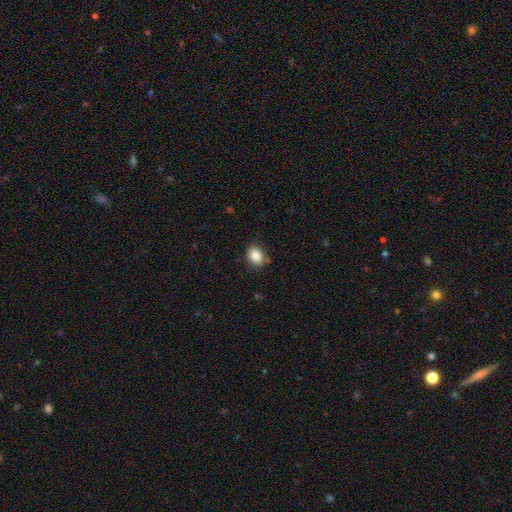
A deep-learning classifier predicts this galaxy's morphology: Smooth or featured?
  - smooth: 86% *
  - star or artifact: 9%
  - featured or disk: 6%
How rounded?
  - in between: 66% *
  - round: 33%
  - cigar-shaped: 1%
Merging?
  - none: 84% *
  - minor disturbance: 11%
  - major disturbance: 3%
  - merger: 2%